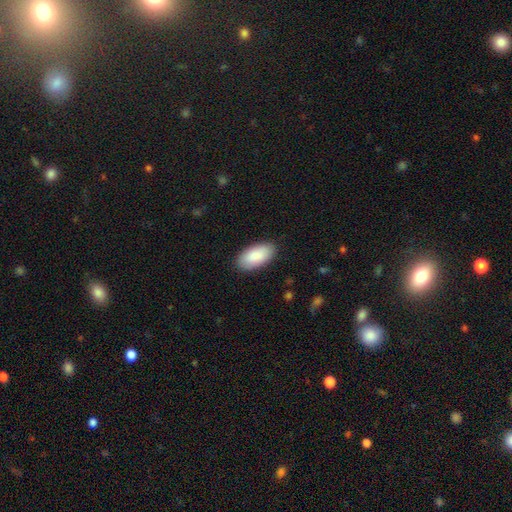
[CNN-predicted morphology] This is clearly a smooth galaxy (89%). How rounded: clearly in between (95%). Merging: clearly none (87%).